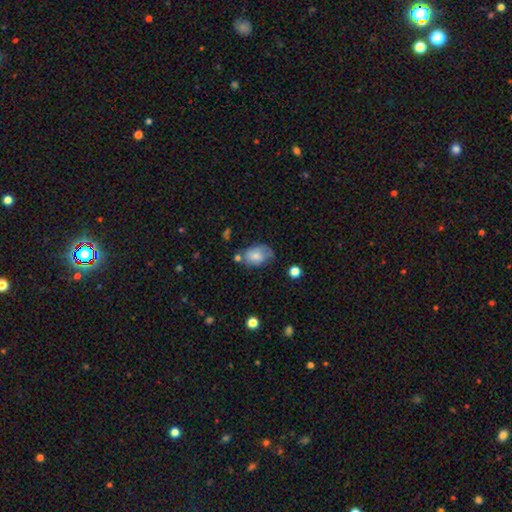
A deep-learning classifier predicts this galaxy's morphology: smooth-or-featured: smooth: 68% | featured or disk: 24% | star or artifact: 8%
  how-rounded: in between: 81% | round: 17% | cigar-shaped: 1%
  merging: none: 47% | minor disturbance: 31% | major disturbance: 13% | merger: 9%